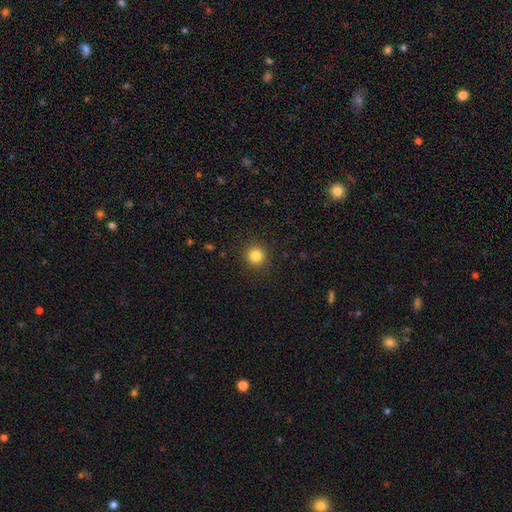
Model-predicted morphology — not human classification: Smooth or featured?
  - smooth: 83% *
  - star or artifact: 12%
  - featured or disk: 5%
How rounded?
  - round: 95% *
  - in between: 4%
  - cigar-shaped: 1%
Merging?
  - none: 92% *
  - minor disturbance: 5%
  - major disturbance: 2%
  - merger: 1%